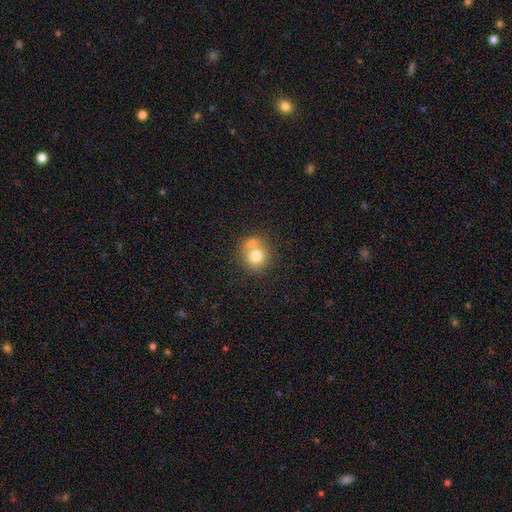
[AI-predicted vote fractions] Smooth or featured: smooth — 74% (featured or disk — 16%)
How rounded: round — 84% (in between — 15%)
Merging: none — 45% (merger — 42%)